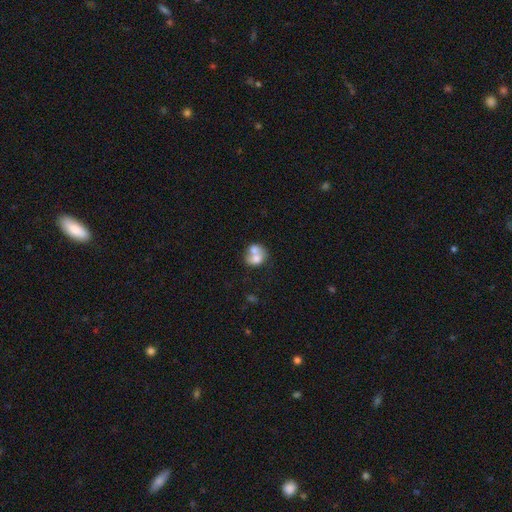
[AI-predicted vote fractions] This is likely a smooth galaxy (66%). How rounded: possibly round (54%). Merging: likely merger (68%).